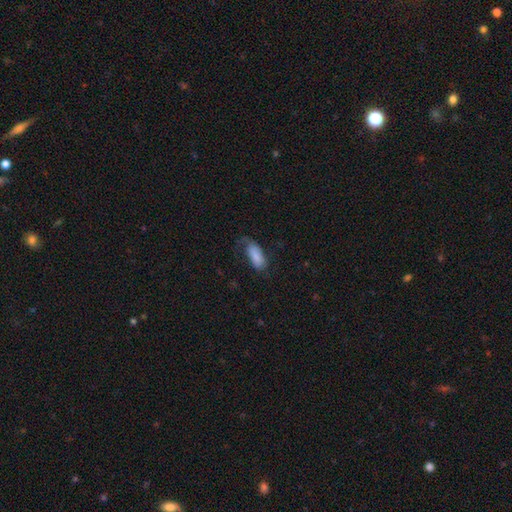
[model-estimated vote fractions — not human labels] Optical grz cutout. It shows a smooth galaxy with no disk features (76%) that is in between round and cigar-shaped (83%). Merging: none (39%).